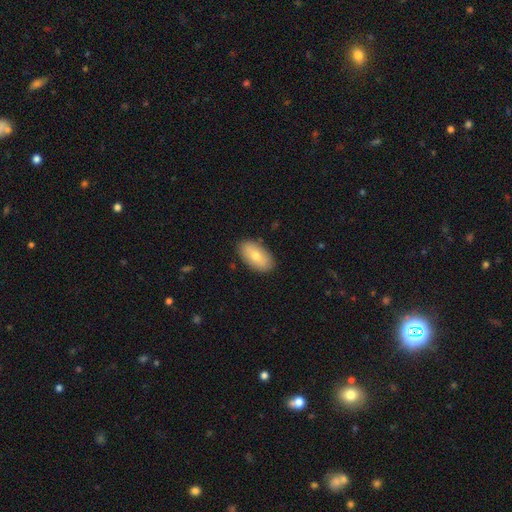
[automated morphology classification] This appears to be a smooth galaxy with no disk features (71%) that is in between round and cigar-shaped (94%). Merging: none (88%).